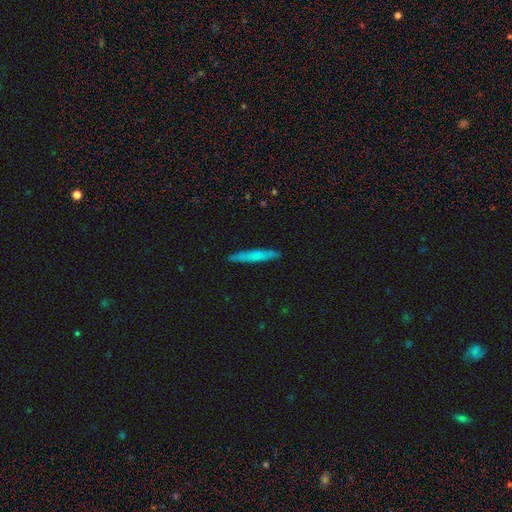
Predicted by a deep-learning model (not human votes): Morphology: type=smooth (61%); roundness=cigar-shaped (94%); merging=none (89%).